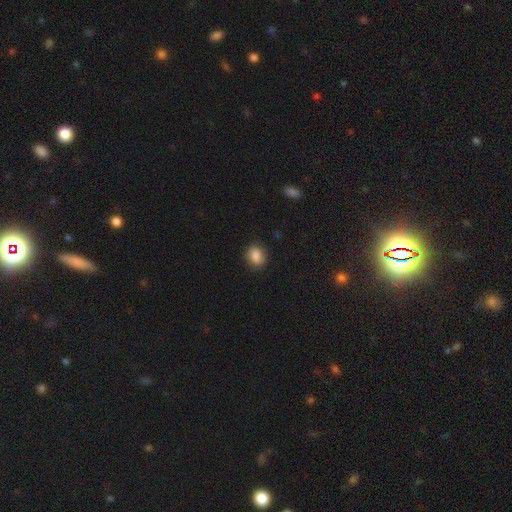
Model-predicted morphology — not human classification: A smooth galaxy with no disk features (84%) that is round (49%, tied with in between).

Vote fractions:
- Smooth or featured? smooth: 84% / star or artifact: 9% / featured or disk: 8%
- How rounded? round: 49% (tied) / in between: 49% (tied) / cigar-shaped: 1%
- Merging? none: 83% / minor disturbance: 13% / major disturbance: 3% / merger: 1%